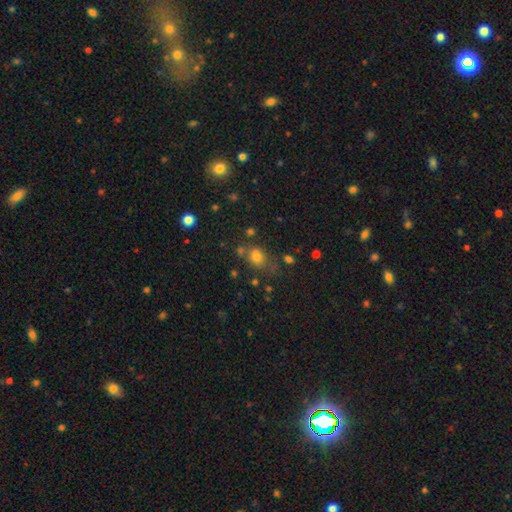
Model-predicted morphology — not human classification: smooth 68%, star or artifact 22%, featured or disk 10%. Down the decision tree: how rounded — in between (51%); merging — none (55%).